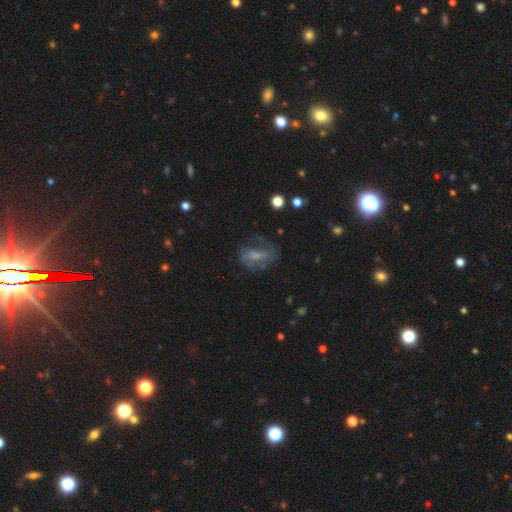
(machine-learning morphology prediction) This appears to be a featured or disk galaxy (50%). Merging: none (46%).